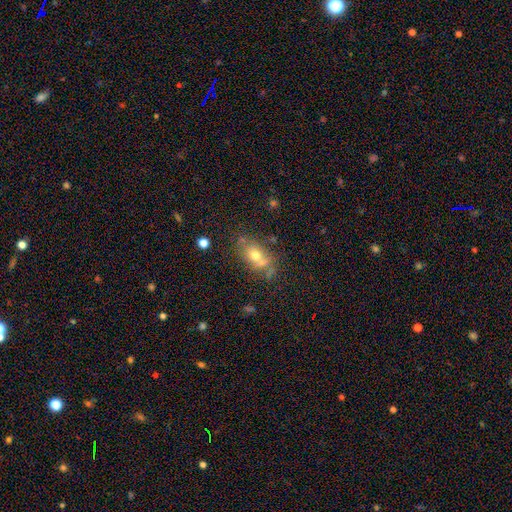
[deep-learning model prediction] Smooth or featured? Predicted: smooth (p=0.61). How rounded? Predicted: in between (p=0.66). Merging? Predicted: none (p=0.55).